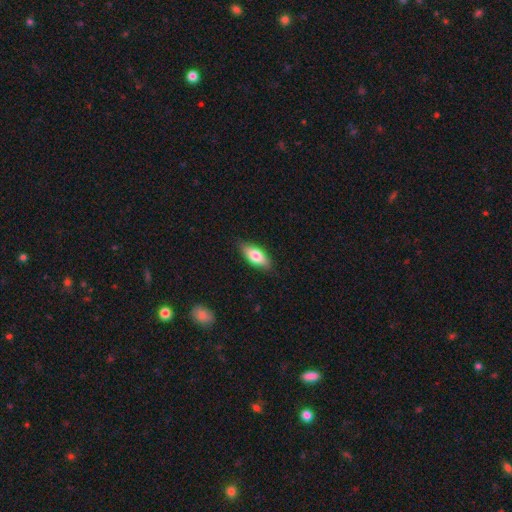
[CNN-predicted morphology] Smooth or featured?
  - smooth: 75% *
  - featured or disk: 19%
  - star or artifact: 6%
How rounded?
  - in between: 82% *
  - cigar-shaped: 15%
  - round: 3%
Merging?
  - none: 84% *
  - minor disturbance: 12%
  - major disturbance: 2%
  - merger: 1%